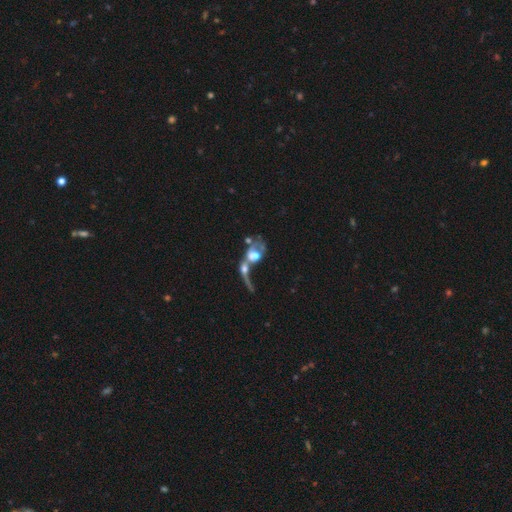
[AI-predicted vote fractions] This is possibly a featured or disk galaxy (52%). It is clearly not viewed edge-on (89%). Merging: likely merger (71%).